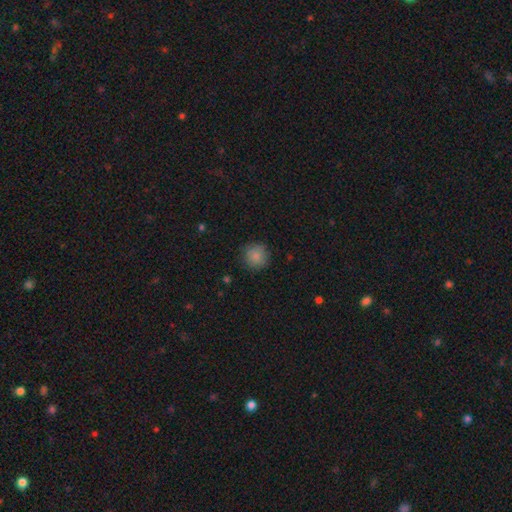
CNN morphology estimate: smooth-or-featured: smooth: 86% | star or artifact: 9% | featured or disk: 6%
  how-rounded: round: 93% | in between: 6% | cigar-shaped: 1%
  merging: none: 85% | minor disturbance: 11% | major disturbance: 3% | merger: 1%